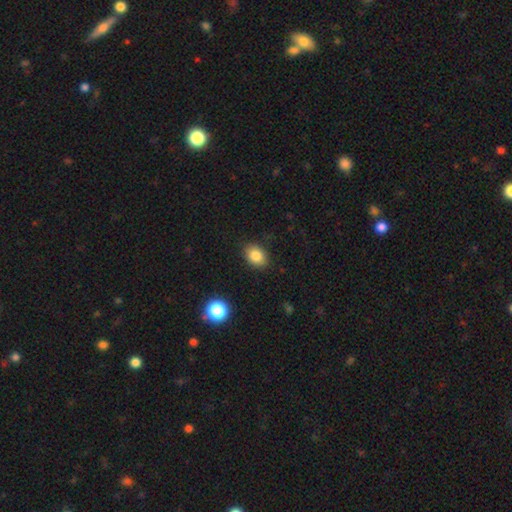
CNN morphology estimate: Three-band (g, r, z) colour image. It shows a smooth galaxy with no disk features (84%) that is in between round and cigar-shaped (71%). Merging: none (87%).